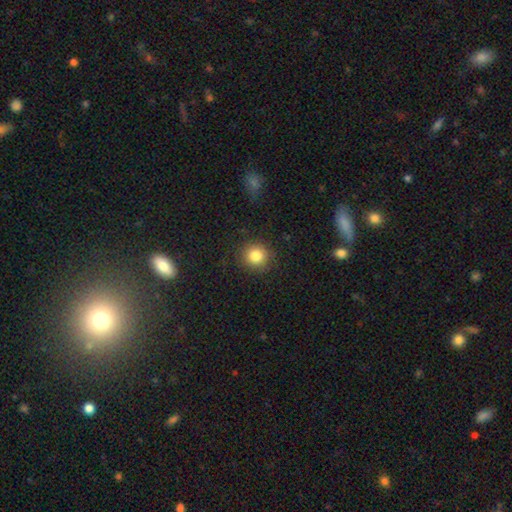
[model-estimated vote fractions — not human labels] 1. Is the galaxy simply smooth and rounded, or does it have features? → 83% smooth, 11% star or artifact, 6% featured or disk.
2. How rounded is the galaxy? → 91% round, 8% in between, 1% cigar-shaped.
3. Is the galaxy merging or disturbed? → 89% none, 7% minor disturbance, 3% major disturbance, 1% merger.